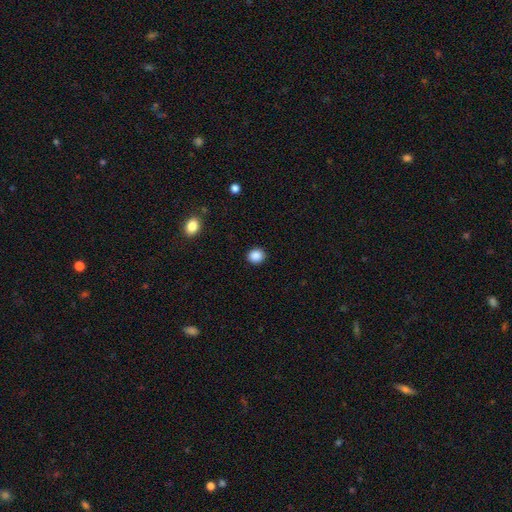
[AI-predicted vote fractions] A smooth galaxy with no disk features (88%) that is round (81%).

Vote fractions:
- Smooth or featured? smooth: 88% / star or artifact: 9% / featured or disk: 3%
- How rounded? round: 81% / in between: 18% / cigar-shaped: 1%
- Merging? none: 91% / minor disturbance: 5% / major disturbance: 2% / merger: 1%